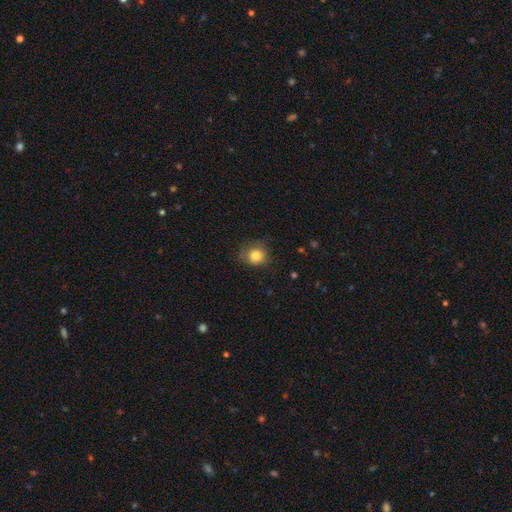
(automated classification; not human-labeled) A smooth galaxy with no disk features (83%) that is round (80%). Merging: none (68%).